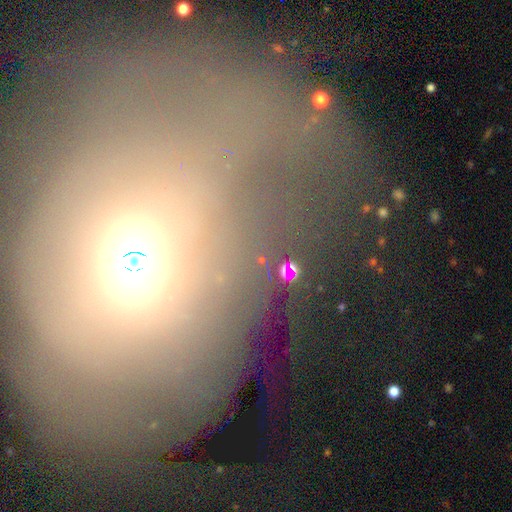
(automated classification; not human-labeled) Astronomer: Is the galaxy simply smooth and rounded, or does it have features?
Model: star or artifact — 46% (runner-up: smooth, 35%).